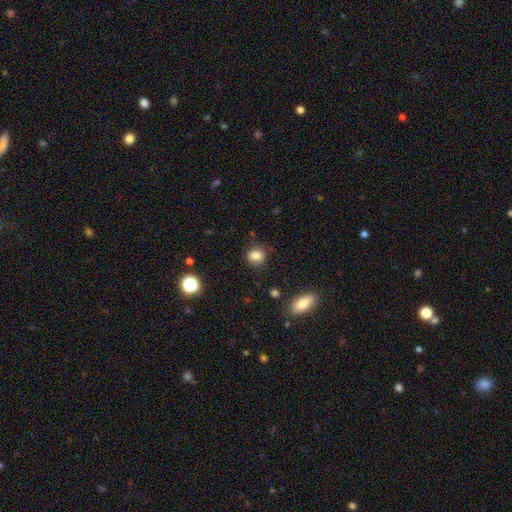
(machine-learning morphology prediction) This is clearly a smooth galaxy (84%). How rounded: possibly round (58%). Merging: likely none (79%).